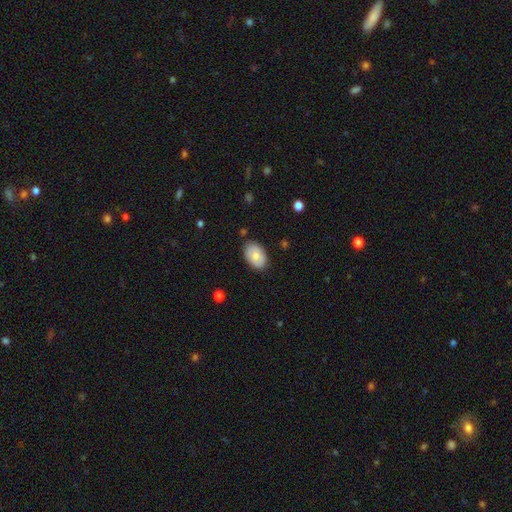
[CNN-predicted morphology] smooth 77%, featured or disk 16%, star or artifact 7%. Down the decision tree: how rounded — in between (90%); merging — none (84%).